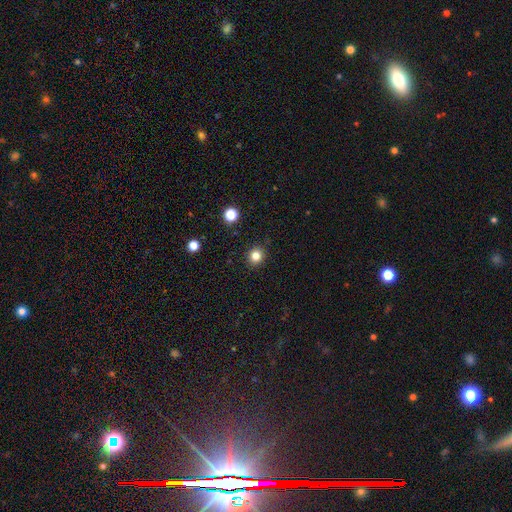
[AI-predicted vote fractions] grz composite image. It shows a smooth galaxy with no disk features (82%) that is round (87%). Merging: none (91%).